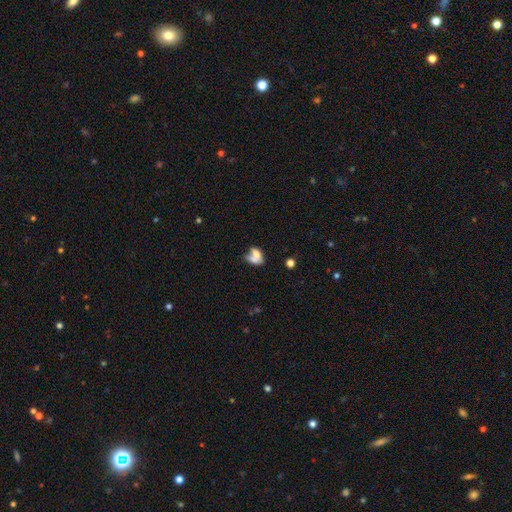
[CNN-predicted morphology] Overall: smooth (64%; featured or disk 26%). How rounded: in between (74%). Merging: merger (55%; none 22%).